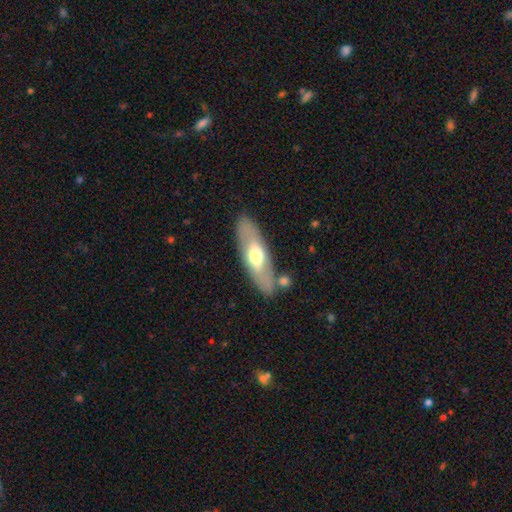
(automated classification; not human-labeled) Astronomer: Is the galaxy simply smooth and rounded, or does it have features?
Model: smooth — 51% (runner-up: featured or disk, 44%).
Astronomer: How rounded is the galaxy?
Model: in between — 60% (runner-up: cigar-shaped, 37%).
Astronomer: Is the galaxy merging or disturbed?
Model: none — 78%.